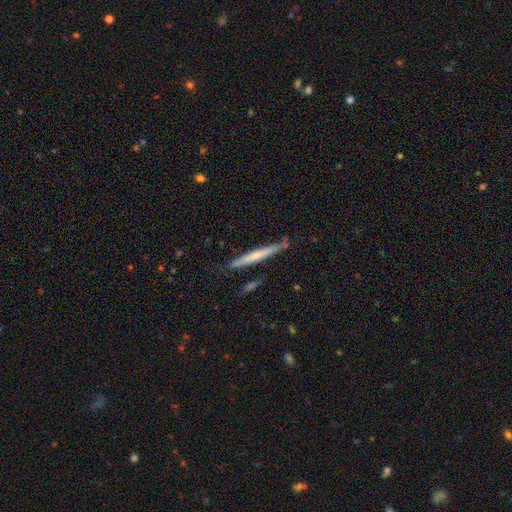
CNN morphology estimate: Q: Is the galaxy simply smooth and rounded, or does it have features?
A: smooth — 51%.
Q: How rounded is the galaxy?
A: cigar-shaped — 96%.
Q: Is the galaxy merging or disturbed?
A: none — 81%.